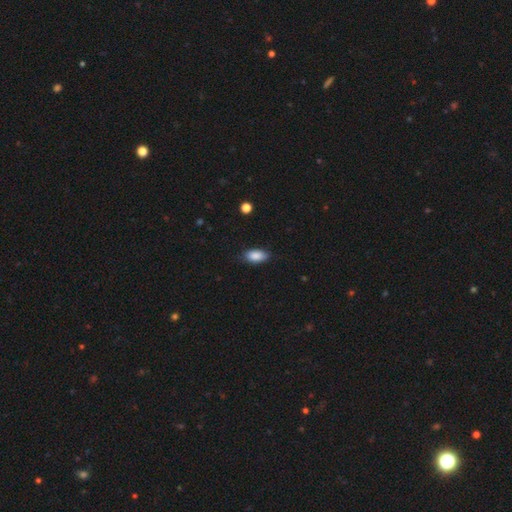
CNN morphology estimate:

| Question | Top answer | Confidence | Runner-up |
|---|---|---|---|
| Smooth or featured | smooth | 87% | star or artifact (7%) |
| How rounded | in between | 91% | cigar-shaped (6%) |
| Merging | none | 80% | minor disturbance (16%) |